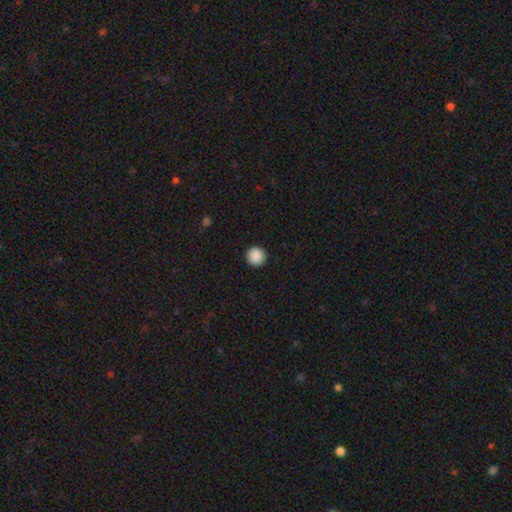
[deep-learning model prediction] Overall: smooth (89%). How rounded: round (96%). Merging: none (93%).